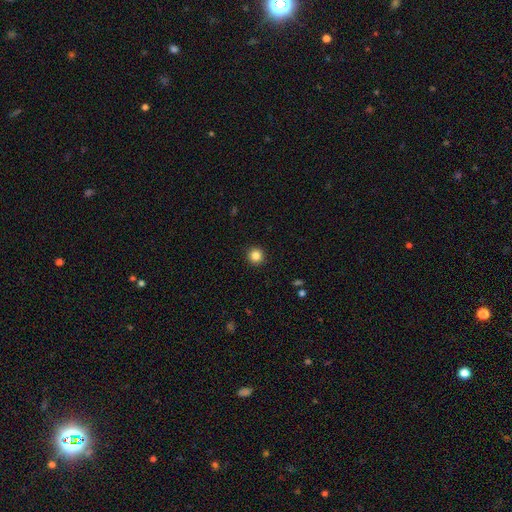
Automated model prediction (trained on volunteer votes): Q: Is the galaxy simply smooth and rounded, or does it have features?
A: smooth — 85%.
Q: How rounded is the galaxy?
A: round — 95%.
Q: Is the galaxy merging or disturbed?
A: none — 93%.